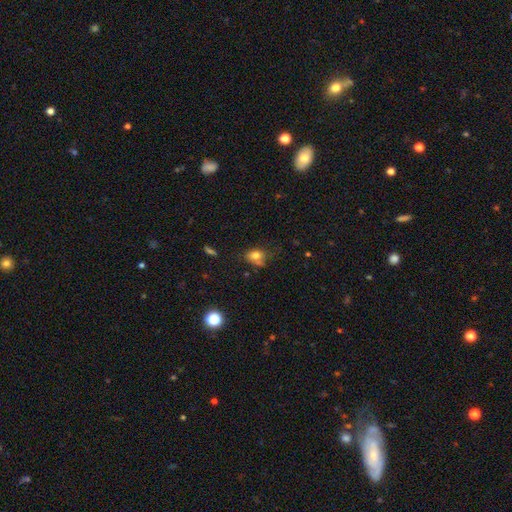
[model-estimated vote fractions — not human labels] smooth 76%, star or artifact 13%, featured or disk 11%. Down the decision tree: how rounded — in between (57%); merging — none (56%).